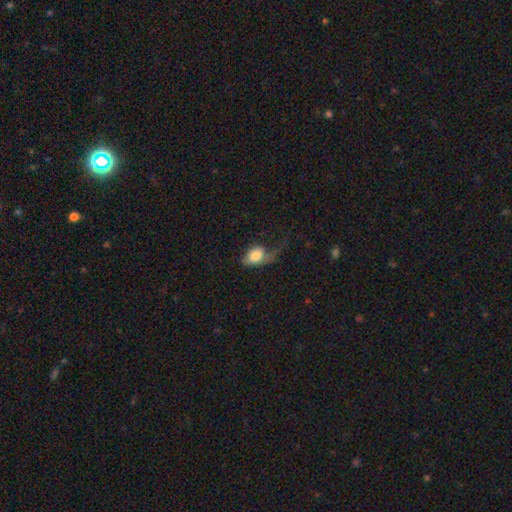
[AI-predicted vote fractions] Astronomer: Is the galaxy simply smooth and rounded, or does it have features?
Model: smooth — 67%.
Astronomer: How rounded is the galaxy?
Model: in between — 83%.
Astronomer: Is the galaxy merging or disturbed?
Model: major disturbance — 54%.